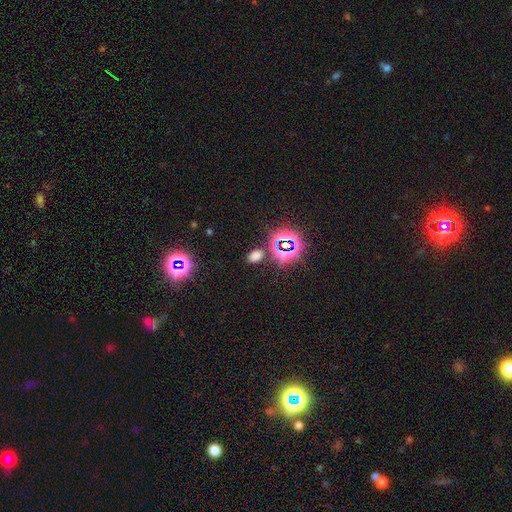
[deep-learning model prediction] Smooth or featured: smooth — 60% (star or artifact — 35%)
How rounded: in between — 83% (round — 15%)
Merging: none — 82% (minor disturbance — 9%)